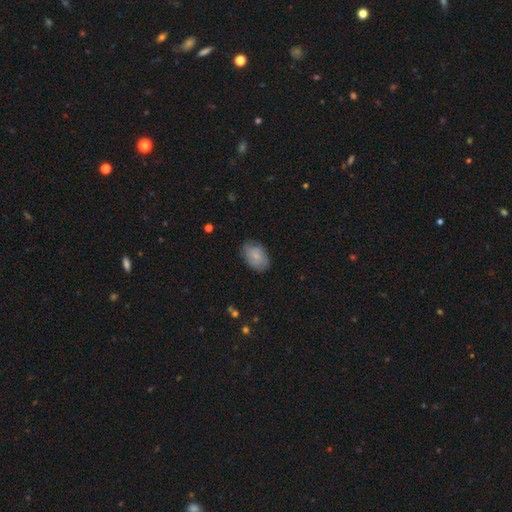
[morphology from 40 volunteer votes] type=featured or disk (50%); edge-on=no (100%); bar=no (60%); spiral arms=yes (85%); winding=tight (76%); arm count=can't tell (53%); bulge=small (55%); merging=none (76%).